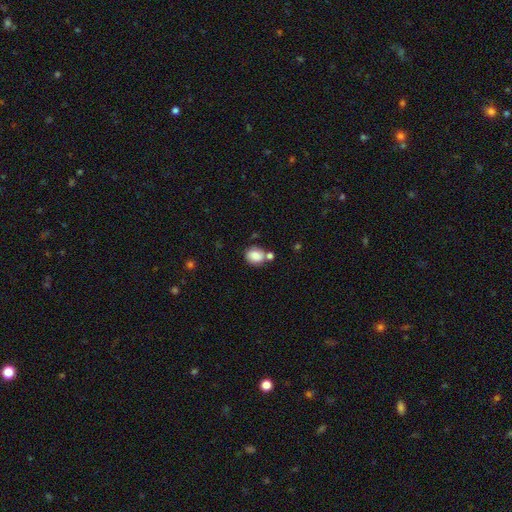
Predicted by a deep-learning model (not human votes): The model was most divided on "how rounded": round: 58%, in between: 41%, cigar-shaped: 1%. More confident: smooth or featured — smooth (85%); merging — none (59%).